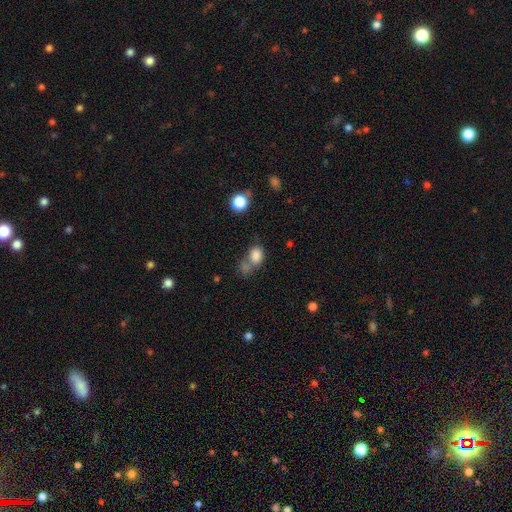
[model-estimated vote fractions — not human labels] Smooth or featured? smooth (81%)
How rounded? in between (57%)
Merging? none (39%, tied with merger)